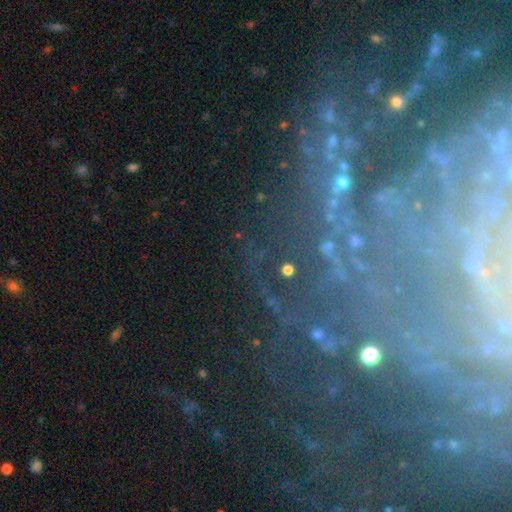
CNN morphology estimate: Smooth or featured? Predicted: featured or disk (p=0.63). Edge-on disk? Predicted: no (p=0.91). Bar? Predicted: no (p=0.45). Spiral arms? Predicted: yes (p=0.85). Bulge size? Predicted: small (p=0.59). Merging? Predicted: none (p=0.72).